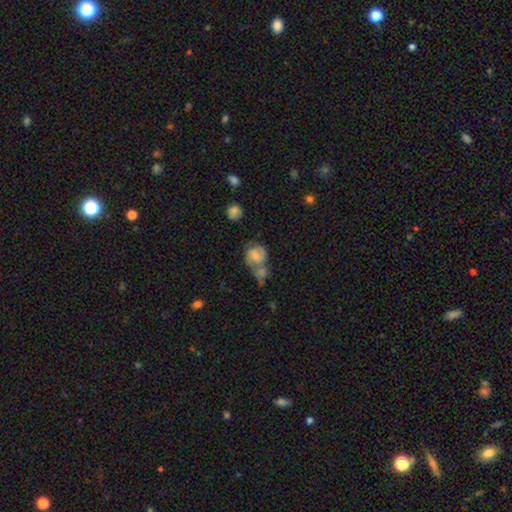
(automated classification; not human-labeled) This appears to be a smooth galaxy with no disk features (46%). Merging: merger (44%).